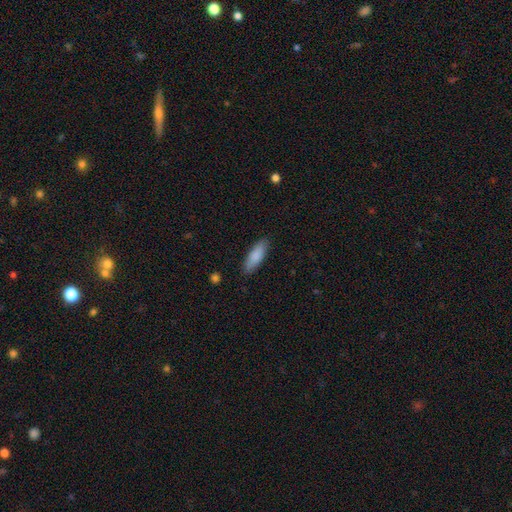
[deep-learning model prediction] Overall: smooth (85%). How rounded: in between (53%; cigar-shaped 45%). Merging: none (86%).